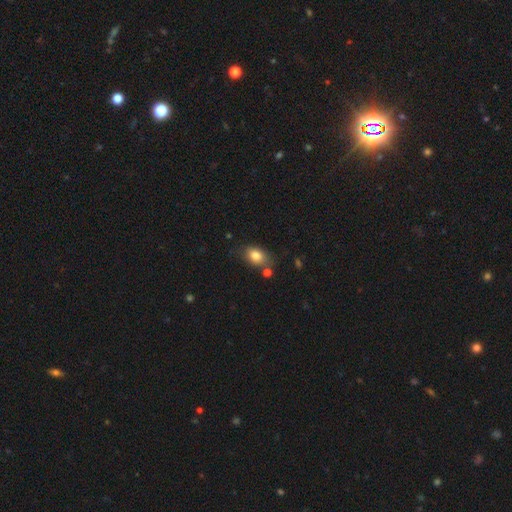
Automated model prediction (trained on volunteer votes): Overall: smooth (81%). How rounded: in between (77%). Merging: none (70%).